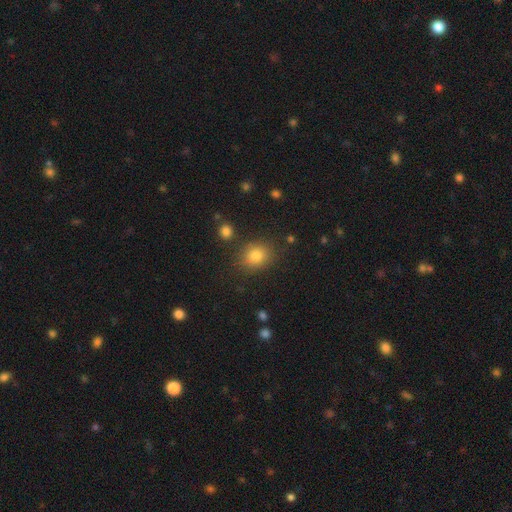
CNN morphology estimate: Smooth or featured? smooth (81%)
How rounded? round (62%)
Merging? none (81%)